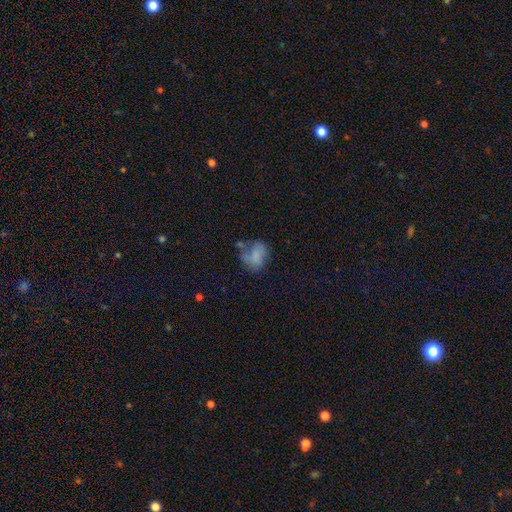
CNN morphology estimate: A smooth galaxy with no disk features (66%) that is in between round and cigar-shaped (67%). Merging: none (38%).